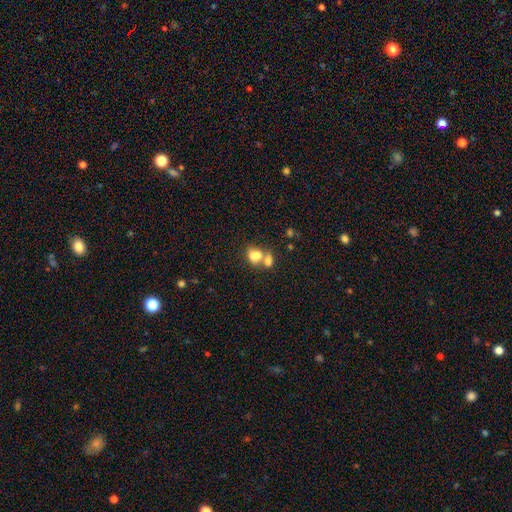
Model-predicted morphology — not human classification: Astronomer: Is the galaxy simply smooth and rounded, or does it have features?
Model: smooth — 72%.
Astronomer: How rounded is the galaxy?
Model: in between — 68%.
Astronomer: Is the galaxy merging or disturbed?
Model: merger — 63%.